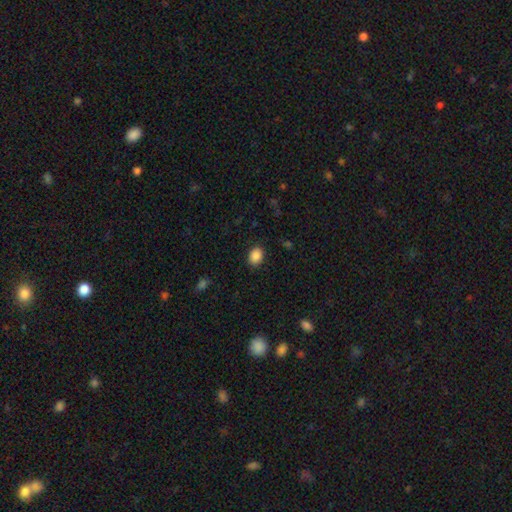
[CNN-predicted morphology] Smooth or featured: smooth — 88% (star or artifact — 9%)
How rounded: in between — 56% (round — 43%)
Merging: none — 88% (minor disturbance — 9%)